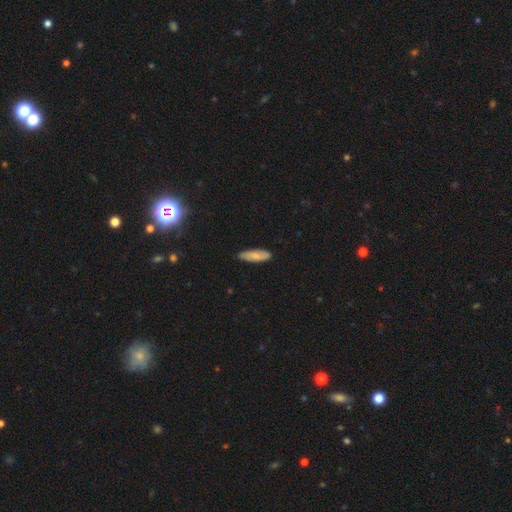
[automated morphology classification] The model was most divided on "how rounded": in between: 51%, cigar-shaped: 47%, round: 2%. More confident: merging — none (84%); smooth or featured — smooth (80%).